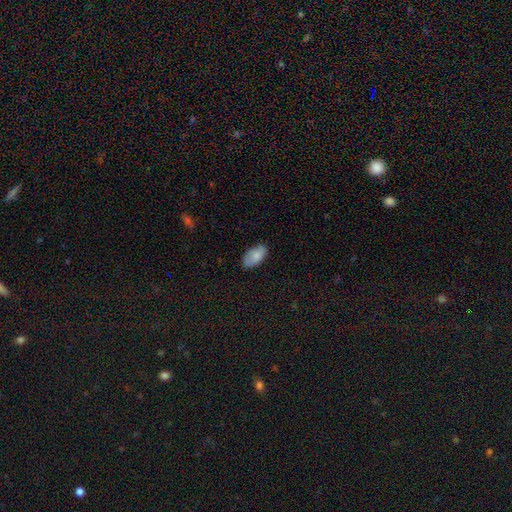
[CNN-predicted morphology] Overall: smooth (82%). How rounded: in between (95%). Merging: none (75%).